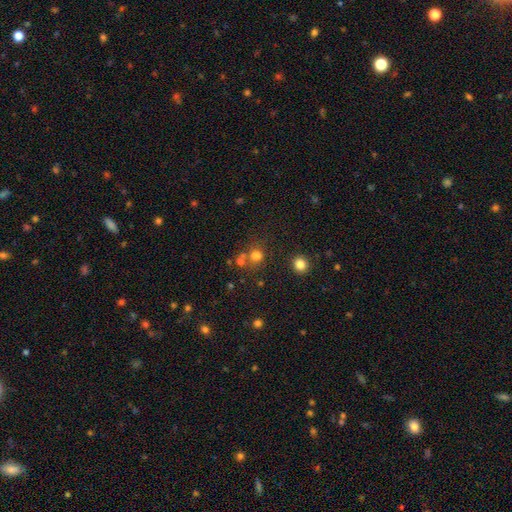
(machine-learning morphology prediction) smooth_or_featured: smooth (p=0.72) [alt: star or artifact p=0.19]
how_rounded: round (p=0.79) [alt: in between p=0.20]
merging: none (p=0.55) [alt: merger p=0.30]